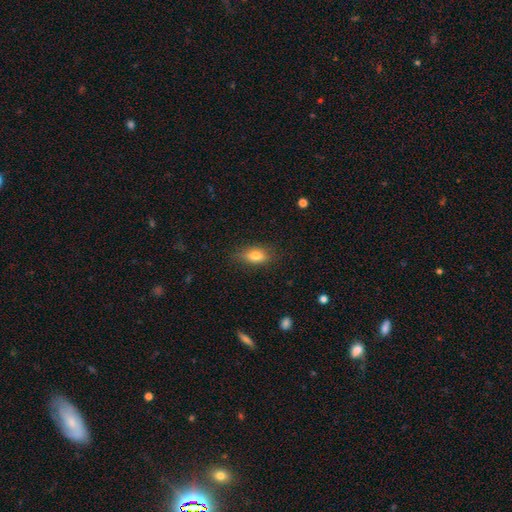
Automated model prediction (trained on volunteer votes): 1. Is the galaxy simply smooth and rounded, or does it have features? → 76% smooth, 15% featured or disk, 9% star or artifact.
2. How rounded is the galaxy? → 81% in between, 12% cigar-shaped, 7% round.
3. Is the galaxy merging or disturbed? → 76% none, 18% minor disturbance, 4% major disturbance, 1% merger.